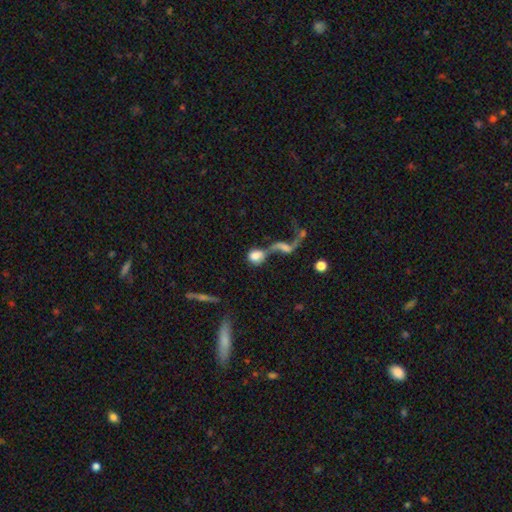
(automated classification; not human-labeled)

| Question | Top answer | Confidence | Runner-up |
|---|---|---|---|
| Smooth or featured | smooth | 64% | featured or disk (25%) |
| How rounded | round | 64% | in between (32%) |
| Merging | merger | 56% | none (24%) |